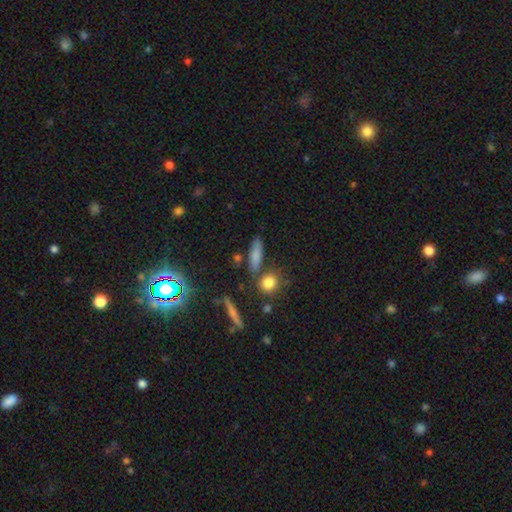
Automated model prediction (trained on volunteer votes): This is likely a smooth galaxy (77%). How rounded: possibly cigar-shaped (48%). Merging: likely none (73%).